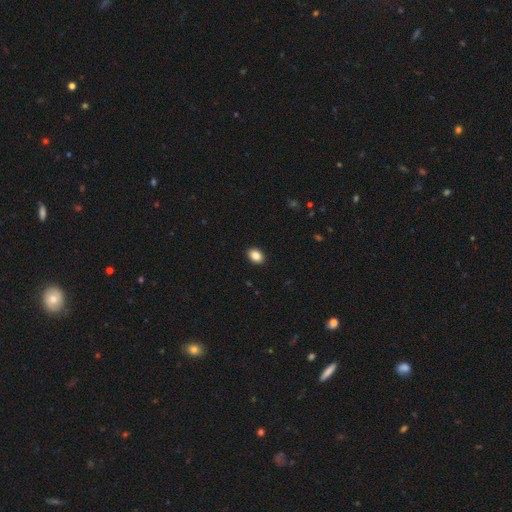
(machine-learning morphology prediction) This appears to be a smooth galaxy with no disk features (87%) that is in between round and cigar-shaped (77%). Merging: none (91%).